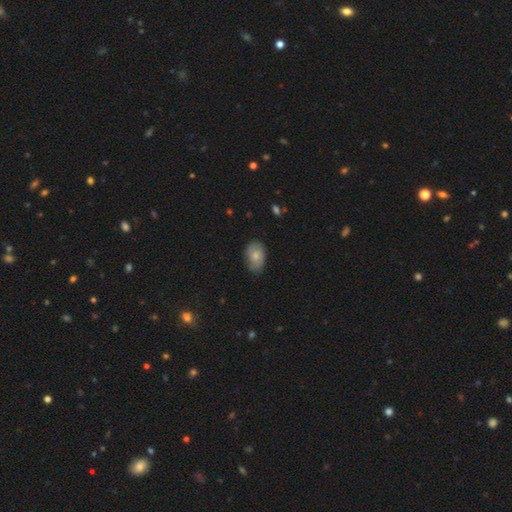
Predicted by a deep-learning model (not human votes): Morphology: type=smooth (73%); roundness=in between (87%); merging=none (70%).